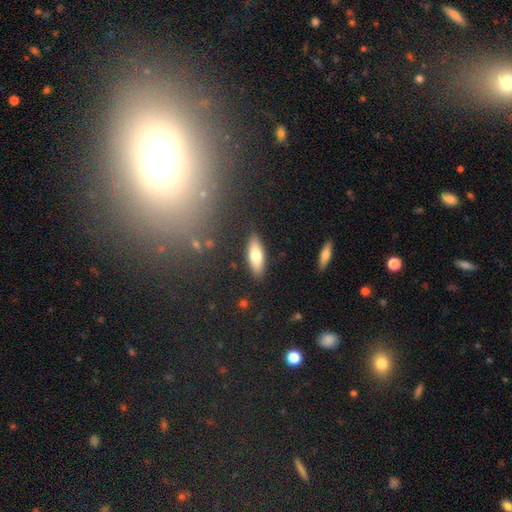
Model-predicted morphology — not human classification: This is likely a smooth galaxy (74%). How rounded: likely in between (62%). Merging: clearly none (87%).